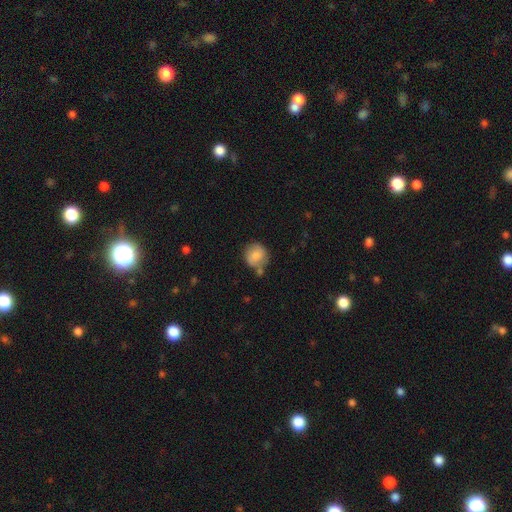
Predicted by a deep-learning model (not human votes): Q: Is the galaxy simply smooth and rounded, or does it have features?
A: smooth — 80%.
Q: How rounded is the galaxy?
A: round — 86%.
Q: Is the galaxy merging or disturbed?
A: none — 59%.